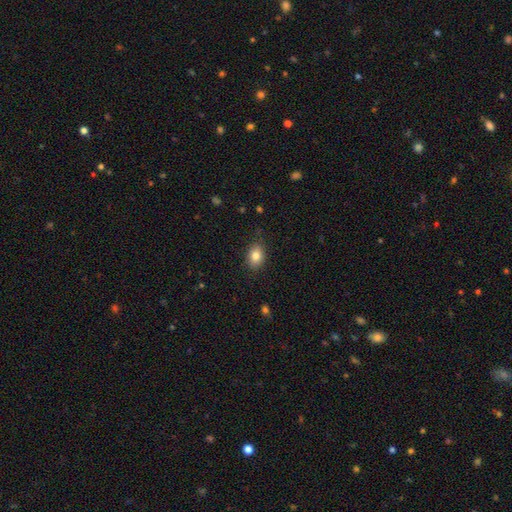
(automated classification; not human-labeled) This is clearly a smooth galaxy (83%). How rounded: likely in between (75%). Merging: clearly none (81%).